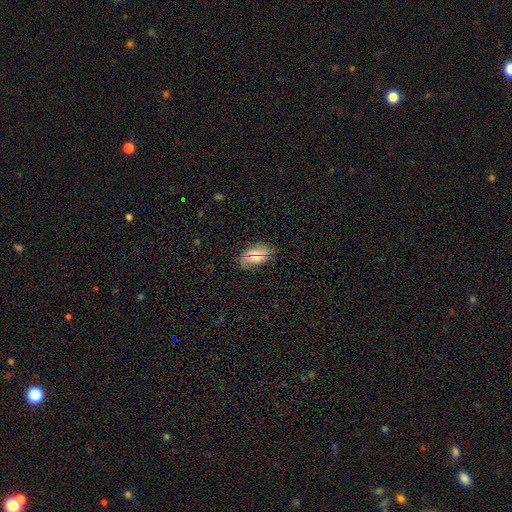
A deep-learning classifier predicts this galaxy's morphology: The model was most divided on "smooth or featured": smooth: 69%, star or artifact: 18%, featured or disk: 14%. More confident: how rounded — in between (93%); merging — none (80%).